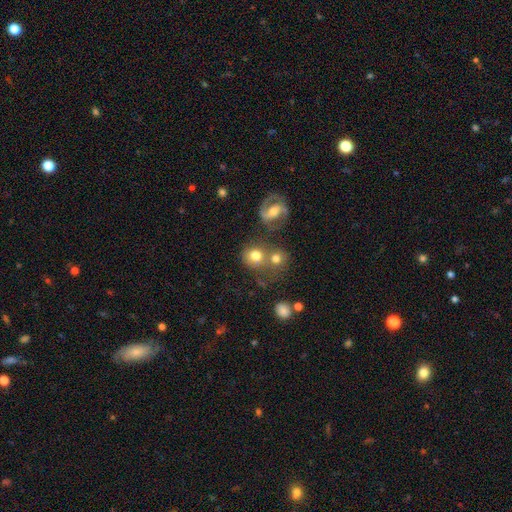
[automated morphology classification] Smooth or featured?
  - smooth: 65% *
  - featured or disk: 25%
  - star or artifact: 10%
How rounded?
  - round: 74% *
  - in between: 25%
  - cigar-shaped: 1%
Merging?
  - none: 48% *
  - merger: 34%
  - minor disturbance: 12%
  - major disturbance: 6%